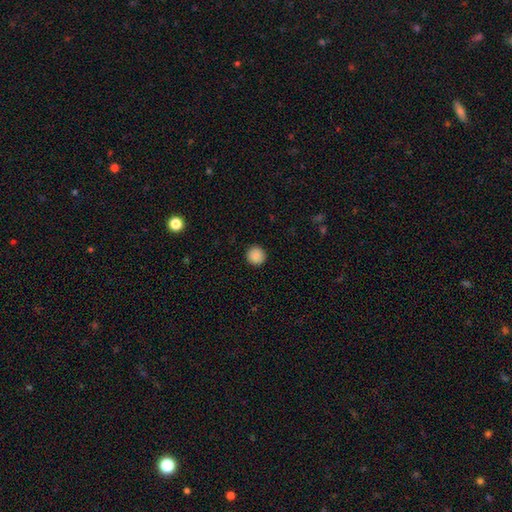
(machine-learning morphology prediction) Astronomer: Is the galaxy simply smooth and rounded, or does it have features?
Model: smooth — 86%.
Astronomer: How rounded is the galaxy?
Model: round — 95%.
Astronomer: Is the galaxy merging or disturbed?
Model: none — 92%.